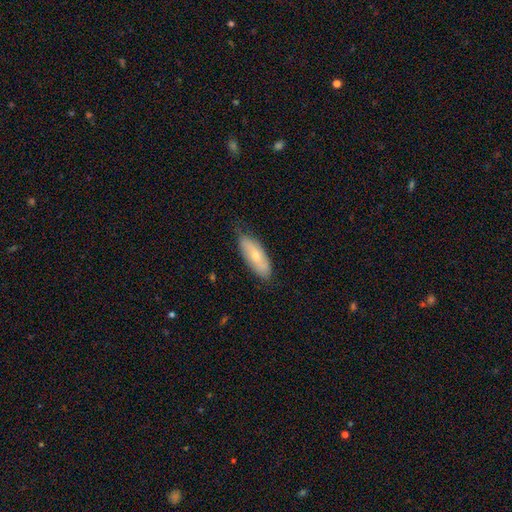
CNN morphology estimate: smooth 61%, featured or disk 33%, star or artifact 6%. Down the decision tree: how rounded — in between (73%); merging — none (73%).